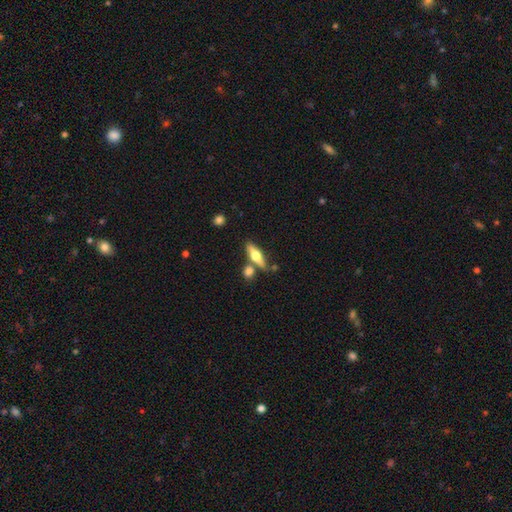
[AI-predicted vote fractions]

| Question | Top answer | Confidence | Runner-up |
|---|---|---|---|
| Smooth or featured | featured or disk | 51% | smooth (43%) |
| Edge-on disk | yes | 90% | no (10%) |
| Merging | none | 68% | merger (17%) |